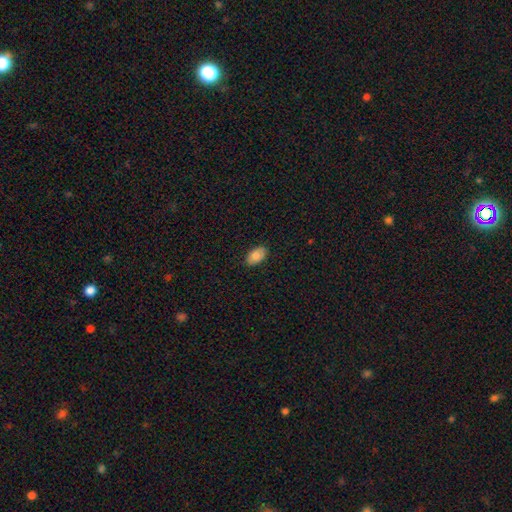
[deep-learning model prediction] Smooth or featured? smooth (81%)
How rounded? in between (93%)
Merging? none (87%)